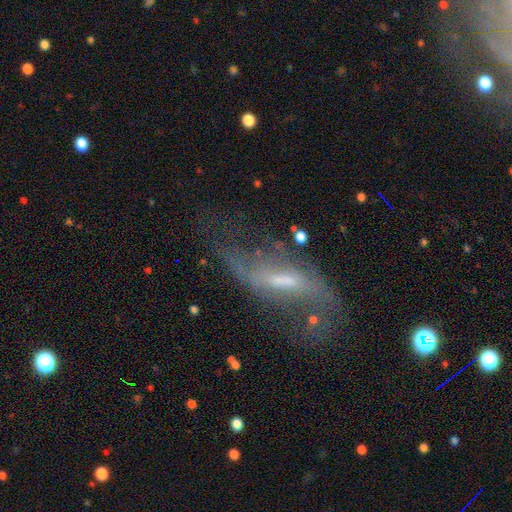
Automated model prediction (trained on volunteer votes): The model was most divided on "bulge size": small: 45%, moderate: 34%, none: 15%, large: 4%, dominant: 1%. Remaining: edge-on disk — no (82%); spiral arms — yes (75%); smooth or featured — featured or disk (70%); merging — none (47%); bar — weak (45%).